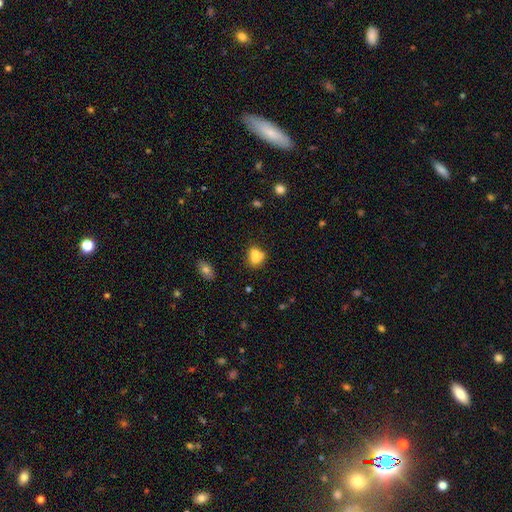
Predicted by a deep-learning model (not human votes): Smooth or featured? Predicted: smooth (p=0.68). How rounded? Predicted: round (p=0.56). Merging? Predicted: merger (p=0.52).